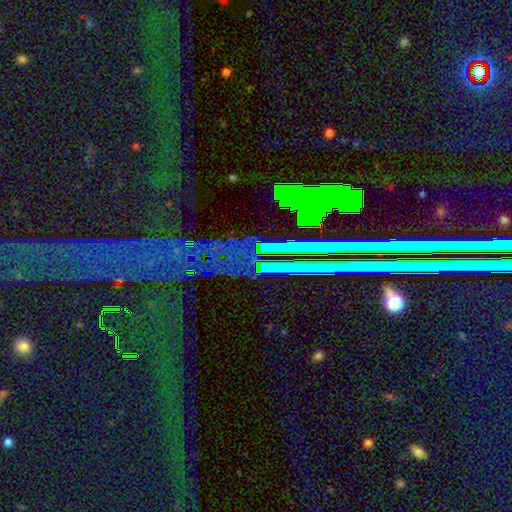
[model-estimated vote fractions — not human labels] A star or artifact, not a galaxy (82%).